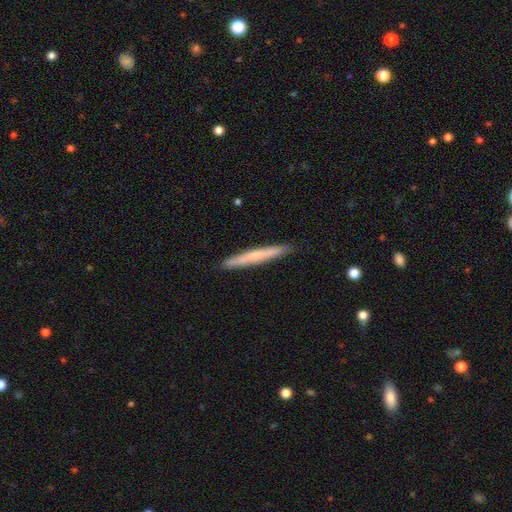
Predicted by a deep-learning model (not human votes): Smooth or featured? smooth (53%)
How rounded? cigar-shaped (96%)
Merging? none (90%)